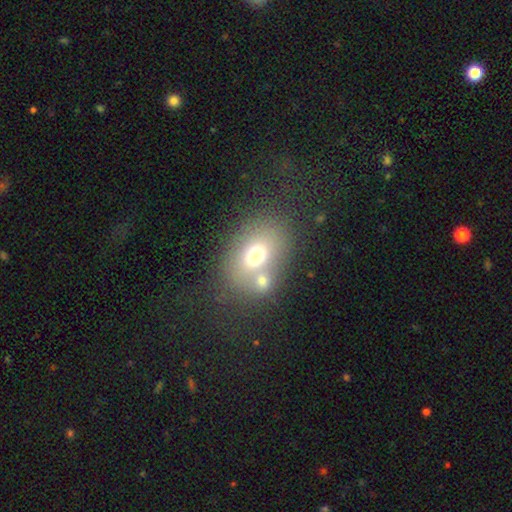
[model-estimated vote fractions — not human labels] This appears to be a smooth galaxy with no disk features (68%) that is in between round and cigar-shaped (68%). Merging: none (46%).